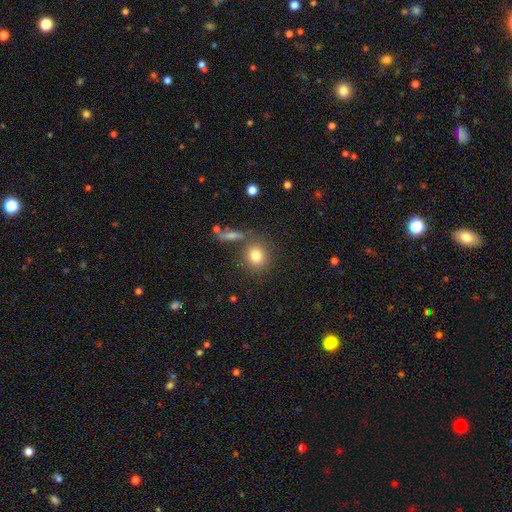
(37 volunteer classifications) Morphology: type=smooth (86%); roundness=round (84%); merging=none (85%).